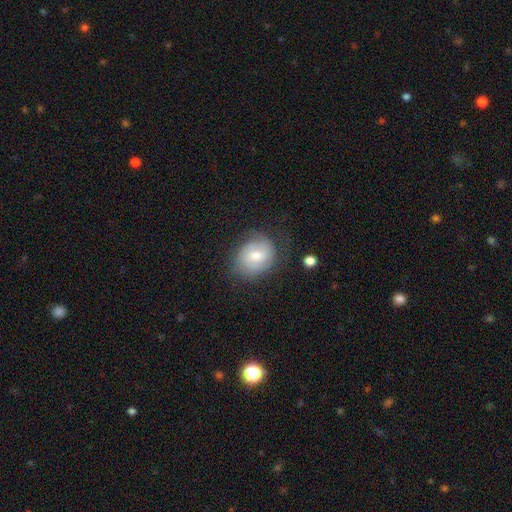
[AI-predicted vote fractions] A smooth galaxy with no disk features (54%) that is round (60%). Merging: none (64%).